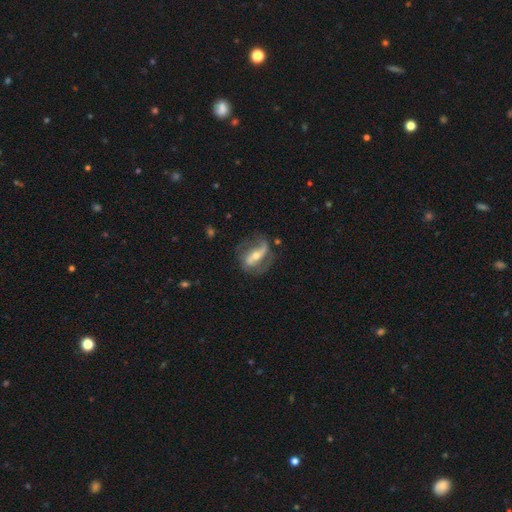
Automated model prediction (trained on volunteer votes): This is likely a featured or disk galaxy (79%). It is clearly not viewed edge-on (90%). Bar: possibly strong (55%). Spiral arm pattern: clearly yes (87%). Spiral arm count: likely 2 (80%). Spiral winding: possibly loose (49%). Central bulge: possibly moderate (56%). Merging: likely none (63%).